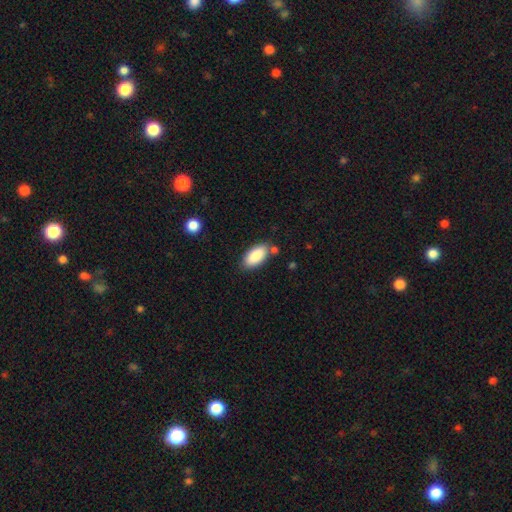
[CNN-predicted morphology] smooth-or-featured: smooth: 88% | star or artifact: 6% | featured or disk: 6%
  how-rounded: in between: 91% | cigar-shaped: 6% | round: 2%
  merging: none: 78% | minor disturbance: 13% | merger: 6% | major disturbance: 3%